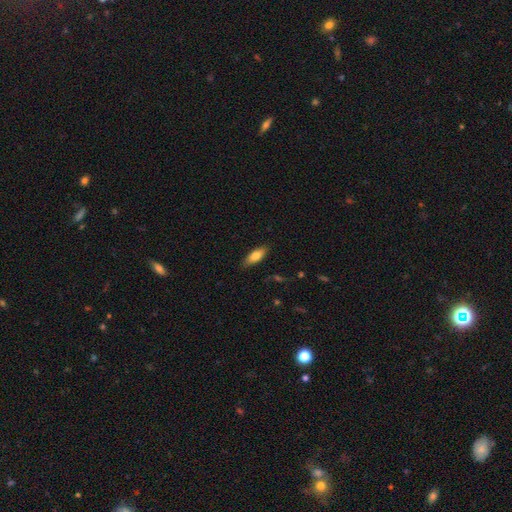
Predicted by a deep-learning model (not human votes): A smooth galaxy with no disk features (77%) that is in between round and cigar-shaped (69%).

Vote fractions:
- Smooth or featured? smooth: 77% / featured or disk: 17% / star or artifact: 7%
- How rounded? in between: 69% / cigar-shaped: 28% / round: 2%
- Merging? none: 85% / minor disturbance: 12% / major disturbance: 2% / merger: 1%